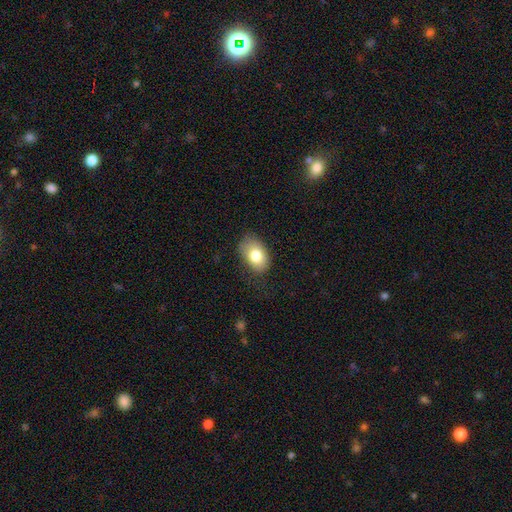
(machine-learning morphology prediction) Overall: smooth (80%). How rounded: in between (88%). Merging: none (73%).